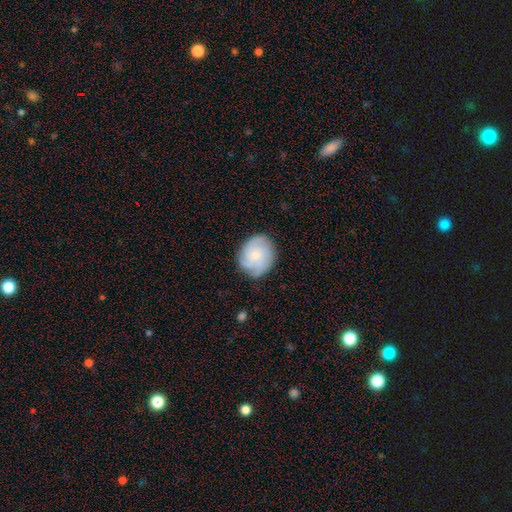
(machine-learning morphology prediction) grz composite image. It shows a featured or disk galaxy (61%) with no bar (77%), 3 (36%) tight (54%) spiral arms (95%) and a small central bulge (63%). Merging: none (77%).